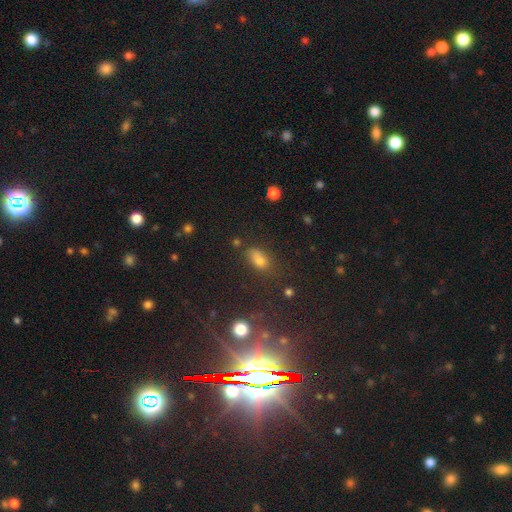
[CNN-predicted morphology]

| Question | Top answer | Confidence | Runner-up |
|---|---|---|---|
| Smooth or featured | smooth | 74% | star or artifact (18%) |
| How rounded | in between | 79% | round (15%) |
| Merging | none | 60% | minor disturbance (22%) |